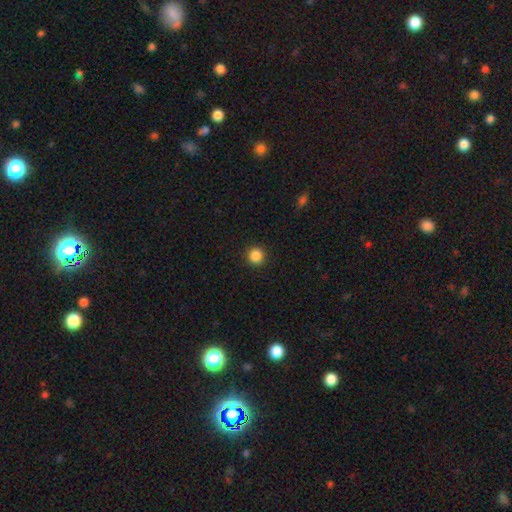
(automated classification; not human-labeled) A smooth galaxy with no disk features (87%) that is round (95%). Merging: none (93%).